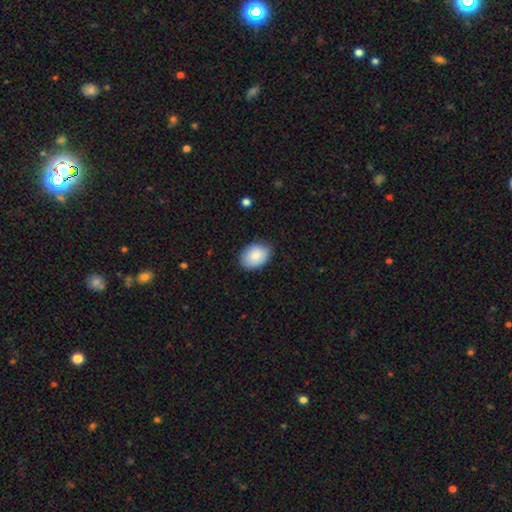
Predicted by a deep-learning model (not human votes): This appears to be a smooth galaxy with no disk features (86%) that is in between round and cigar-shaped (78%). Merging: none (83%).